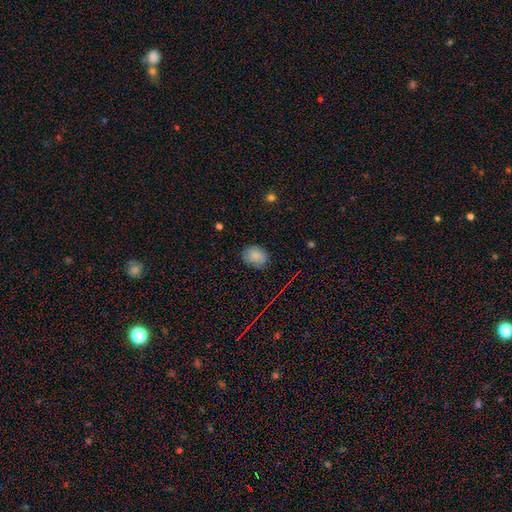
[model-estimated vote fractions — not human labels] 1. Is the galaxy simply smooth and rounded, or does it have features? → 83% smooth, 11% star or artifact, 7% featured or disk.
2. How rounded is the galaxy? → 55% in between, 44% round, 1% cigar-shaped.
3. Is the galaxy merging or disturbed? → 82% none, 14% minor disturbance, 3% major disturbance, 1% merger.